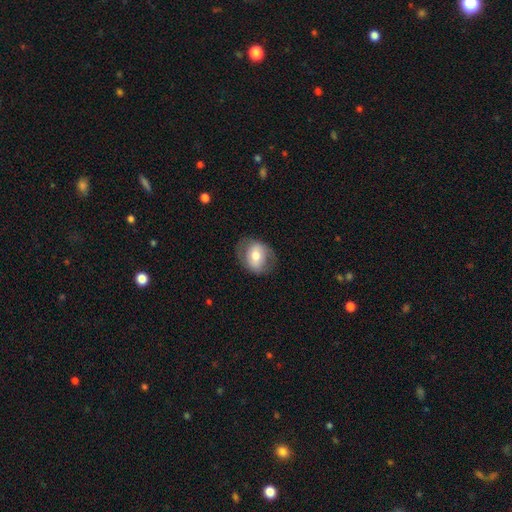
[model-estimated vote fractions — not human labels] A smooth galaxy with no disk features (56%) that is in between round and cigar-shaped (55%). Merging: none (73%).